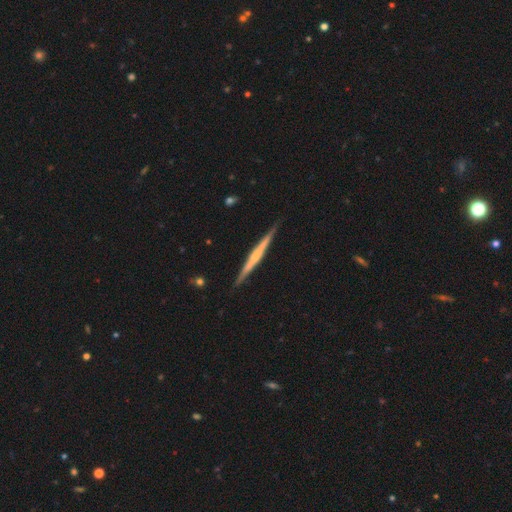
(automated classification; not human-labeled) This is likely a featured or disk galaxy (71%). It is clearly viewed edge-on (98%). Edge-on bulge: possibly rounded (50%). Merging: clearly none (90%).